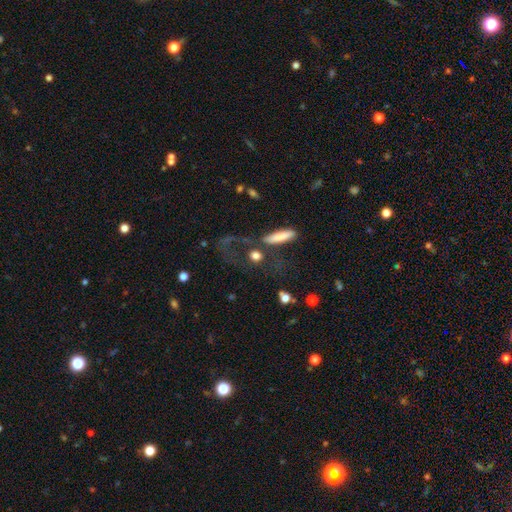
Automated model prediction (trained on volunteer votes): smooth-or-featured: smooth: 66% | featured or disk: 22% | star or artifact: 12%
  how-rounded: round: 53% | in between: 34% | cigar-shaped: 13%
  merging: none: 44% | major disturbance: 29% | merger: 14% | minor disturbance: 13%